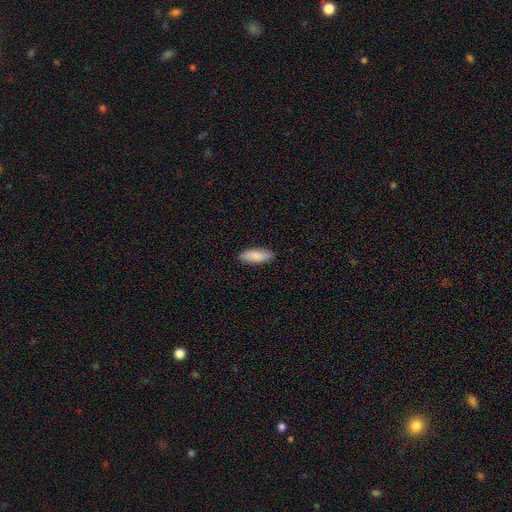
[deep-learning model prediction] Smooth or featured? Predicted: smooth (p=0.88). How rounded? Predicted: in between (p=0.71). Merging? Predicted: none (p=0.88).